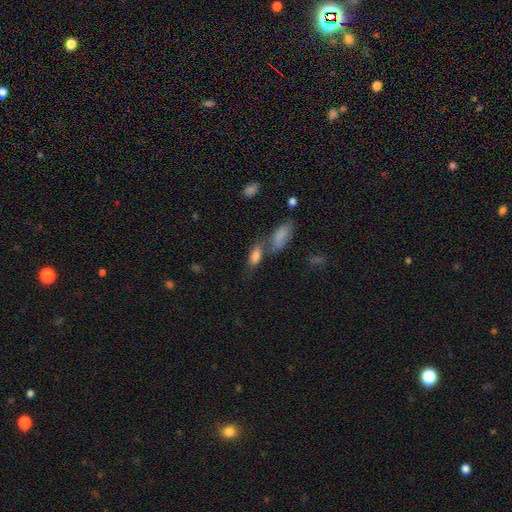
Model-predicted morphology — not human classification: The model was most divided on "merging": merger: 47%, none: 33%, minor disturbance: 12%, major disturbance: 7%. More confident: how rounded — in between (82%); smooth or featured — smooth (76%).